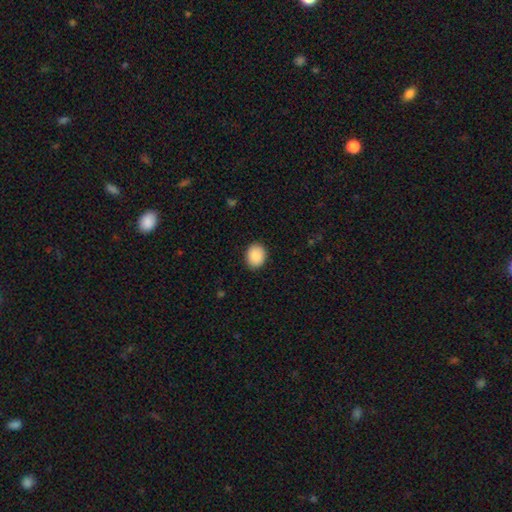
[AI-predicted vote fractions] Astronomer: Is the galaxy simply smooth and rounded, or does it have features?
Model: smooth — 90%.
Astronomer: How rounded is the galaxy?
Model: round — 60% (runner-up: in between, 39%).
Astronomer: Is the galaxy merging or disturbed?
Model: none — 90%.